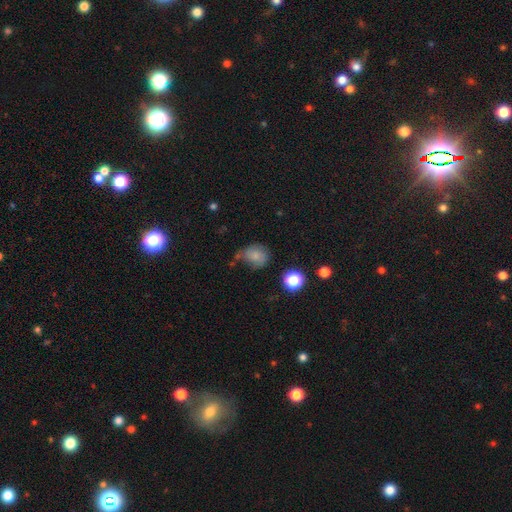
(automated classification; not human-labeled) smooth 71%, featured or disk 17%, star or artifact 12%. Down the decision tree: how rounded — round (66%); merging — none (53%).